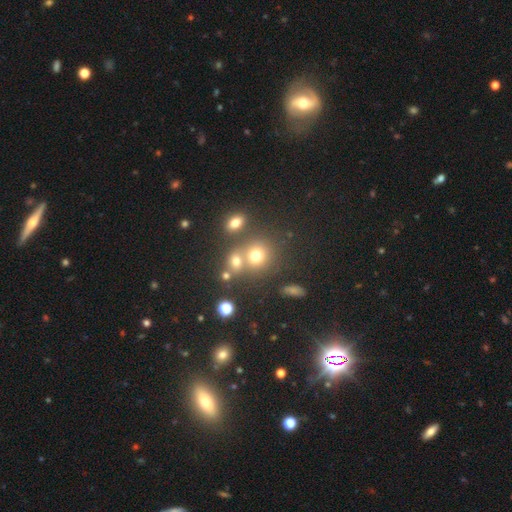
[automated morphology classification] Q: Smooth or featured?
A: smooth (71%); runner-up: star or artifact (17%)
Q: How rounded?
A: round (77%); runner-up: in between (22%)
Q: Merging?
A: none (50%); runner-up: merger (36%)